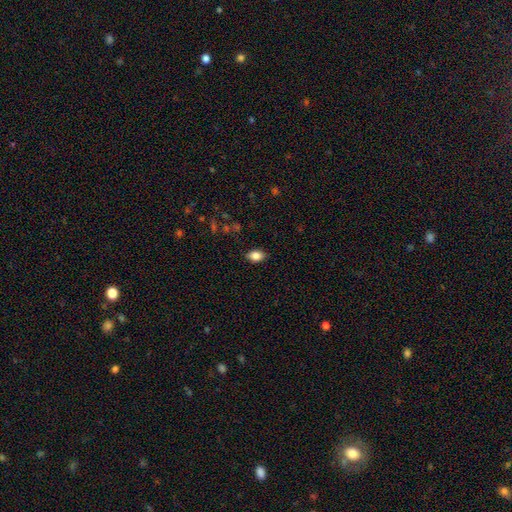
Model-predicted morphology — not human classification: This appears to be a smooth galaxy with no disk features (84%) that is in between round and cigar-shaped (84%). Merging: none (84%).